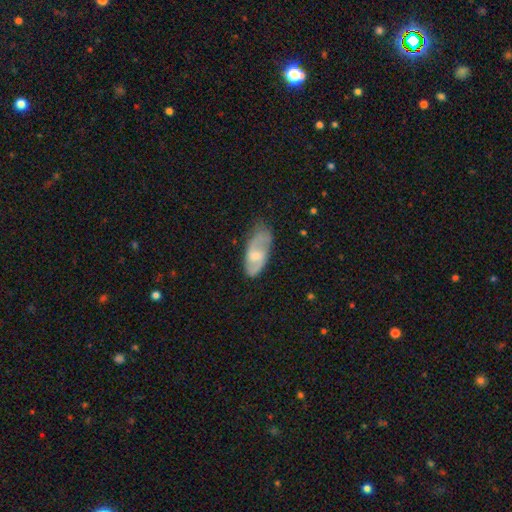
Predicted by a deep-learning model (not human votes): Smooth or featured? Predicted: featured or disk (p=0.63). Edge-on disk? Predicted: no (p=0.93). Bar? Predicted: weak (p=0.53). Spiral arms? Predicted: yes (p=0.87). Spiral winding? Predicted: medium (p=0.46). Spiral arm count? Predicted: 2 (p=0.82). Bulge size? Predicted: moderate (p=0.45, tied with small). Merging? Predicted: none (p=0.62).